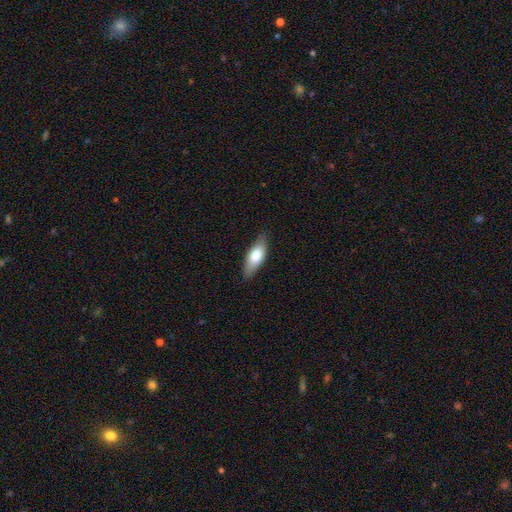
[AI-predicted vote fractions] A smooth galaxy with no disk features (71%) that is in between round and cigar-shaped (72%). Merging: none (84%).